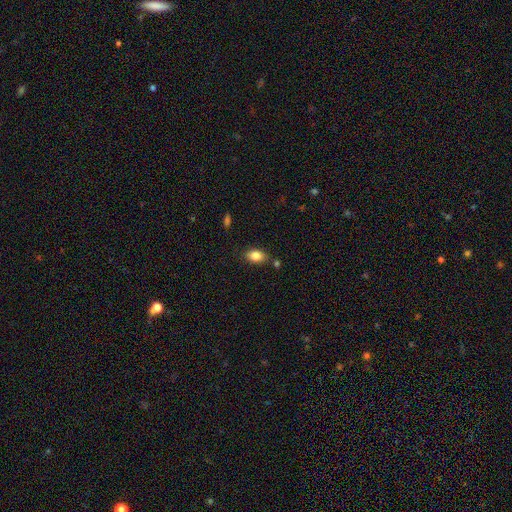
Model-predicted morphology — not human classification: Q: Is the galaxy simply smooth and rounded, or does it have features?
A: smooth — 85%.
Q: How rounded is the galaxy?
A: in between — 87%.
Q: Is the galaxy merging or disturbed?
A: none — 79%.